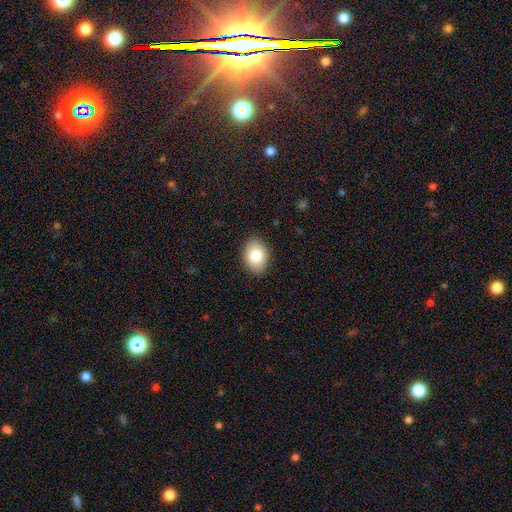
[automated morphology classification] smooth 82%, featured or disk 11%, star or artifact 7%. Down the decision tree: how rounded — in between (78%); merging — none (88%).